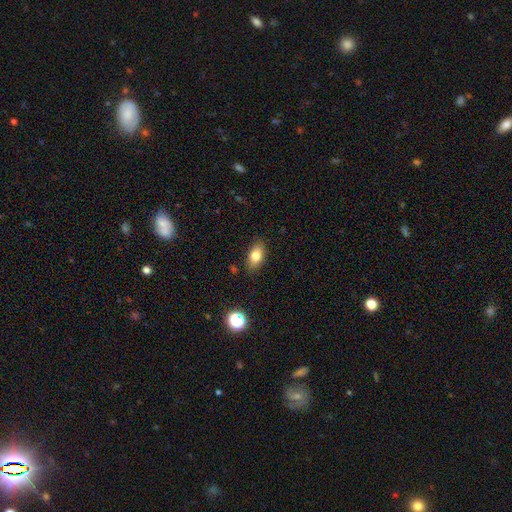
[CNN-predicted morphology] smooth_or_featured: smooth (p=0.79) [alt: featured or disk p=0.12]
how_rounded: in between (p=0.86) [alt: round p=0.09]
merging: none (p=0.84) [alt: minor disturbance p=0.12]